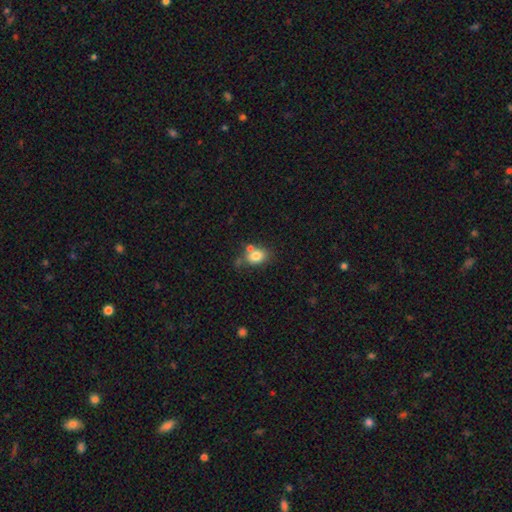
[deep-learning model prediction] Smooth or featured?
  - smooth: 79% *
  - featured or disk: 11%
  - star or artifact: 10%
How rounded?
  - in between: 65% *
  - round: 34%
  - cigar-shaped: 1%
Merging?
  - none: 52% *
  - merger: 26%
  - minor disturbance: 16%
  - major disturbance: 6%